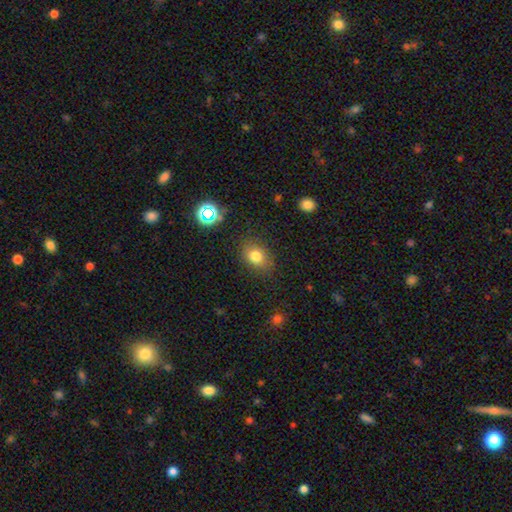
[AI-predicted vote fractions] Smooth or featured?
  - smooth: 77% *
  - star or artifact: 15%
  - featured or disk: 9%
How rounded?
  - in between: 58% *
  - round: 41%
  - cigar-shaped: 1%
Merging?
  - none: 81% *
  - minor disturbance: 13%
  - major disturbance: 4%
  - merger: 2%